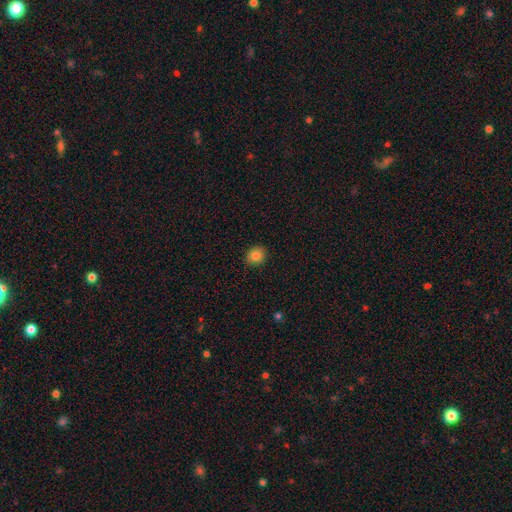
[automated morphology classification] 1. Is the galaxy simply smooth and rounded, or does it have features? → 83% smooth, 11% star or artifact, 6% featured or disk.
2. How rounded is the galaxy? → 74% round, 25% in between, 1% cigar-shaped.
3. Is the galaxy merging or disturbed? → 90% none, 7% minor disturbance, 2% major disturbance, 1% merger.